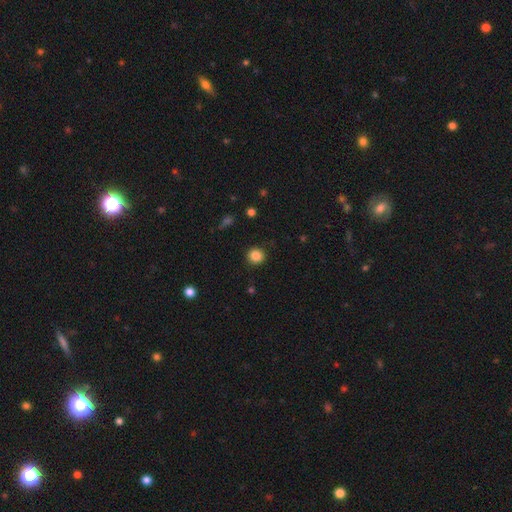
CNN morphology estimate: smooth-or-featured: smooth: 85% | star or artifact: 11% | featured or disk: 4%
  how-rounded: round: 90% | in between: 9% | cigar-shaped: 1%
  merging: none: 89% | minor disturbance: 7% | major disturbance: 2% | merger: 1%